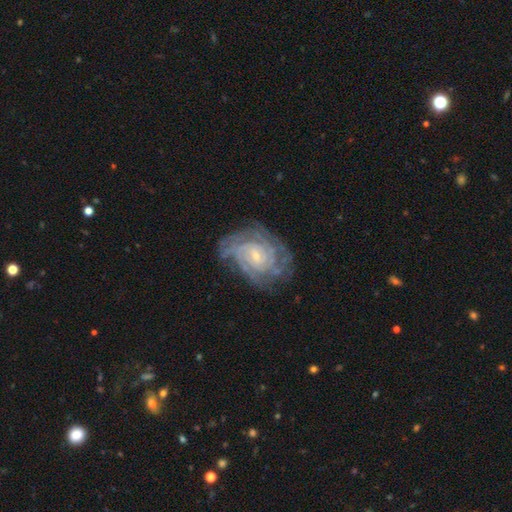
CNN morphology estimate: A featured or disk galaxy (87%) with no bar (61%), tight (75%) spiral arms (97%) and a small central bulge (74%).

Vote fractions:
- Smooth or featured? featured or disk: 87% / smooth: 7% / star or artifact: 6%
- Edge-on disk? no: 97% / yes: 3%
- Bar? no: 61% / weak: 32% / strong: 7%
- Spiral arms? yes: 97% / no: 3%
- Spiral winding? tight: 75% / medium: 21% / loose: 4%
- Spiral arm count? can't tell: 33% / 4: 21% / 3: 15% / 2: 14% / more than 4: 10% / 1: 6%
- Bulge size? small: 74% / moderate: 22% / none: 2% / large: 1% / dominant: 1%
- Merging? none: 71% / minor disturbance: 19% / major disturbance: 8% / merger: 2%